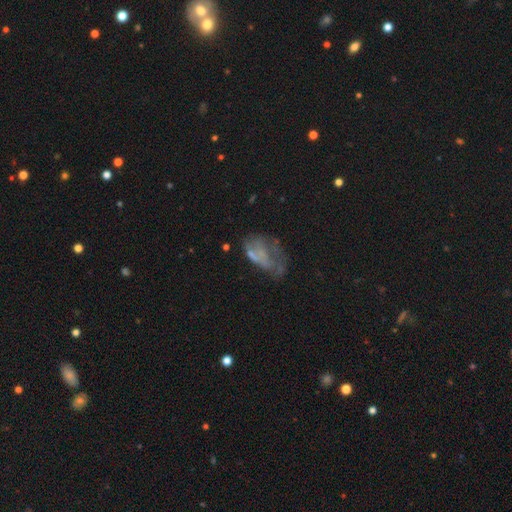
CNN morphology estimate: smooth-or-featured: featured or disk: 47% | smooth: 39% | star or artifact: 15%
  merging: major disturbance: 41% | none: 27% | minor disturbance: 23% | merger: 9%